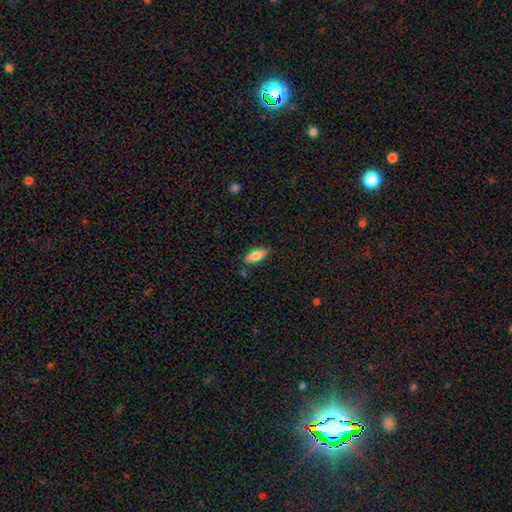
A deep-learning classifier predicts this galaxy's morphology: This appears to be a smooth galaxy with no disk features (78%) that is in between round and cigar-shaped (80%). Merging: none (80%).